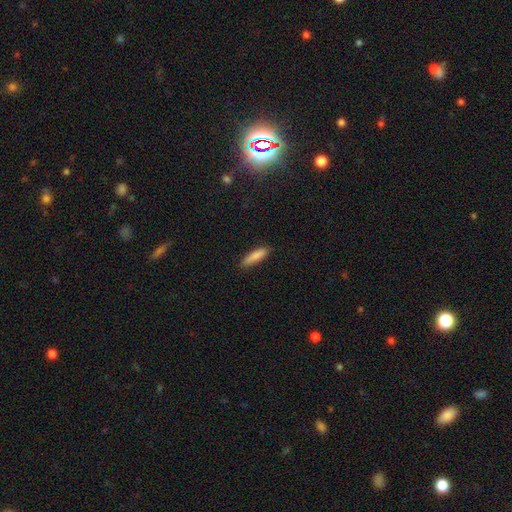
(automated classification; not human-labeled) A smooth galaxy with no disk features (86%) that is cigar-shaped (70%). Merging: none (82%).